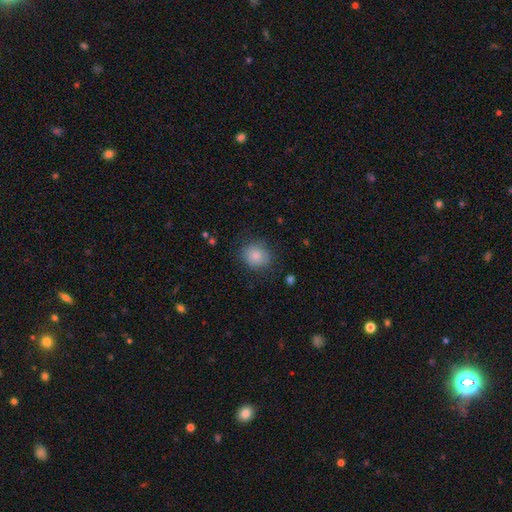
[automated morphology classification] The model was most divided on "how rounded": round: 73%, in between: 26%, cigar-shaped: 1%. More confident: smooth or featured — smooth (83%); merging — none (78%).